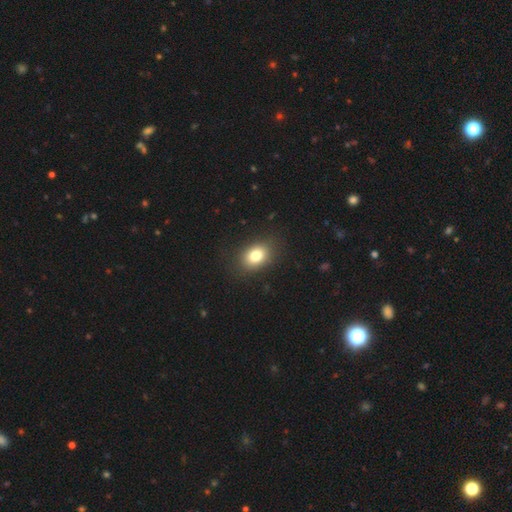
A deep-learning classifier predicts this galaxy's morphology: This is clearly a smooth galaxy (80%). How rounded: likely in between (72%). Merging: clearly none (86%).